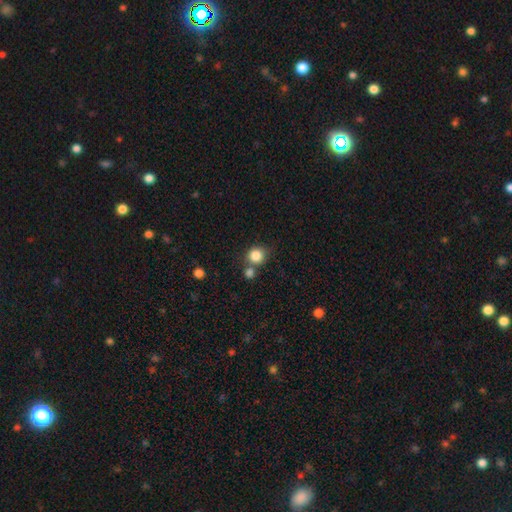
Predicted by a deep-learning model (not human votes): This appears to be a smooth galaxy with no disk features (84%) that is round (86%). Merging: none (61%).